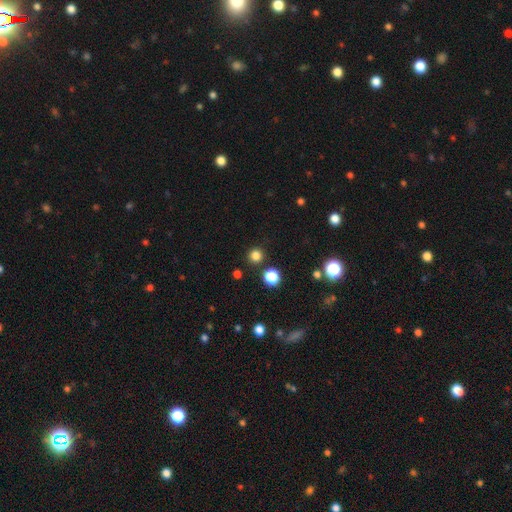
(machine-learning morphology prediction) Smooth or featured? Predicted: smooth (p=0.80). How rounded? Predicted: round (p=0.94). Merging? Predicted: none (p=0.88).